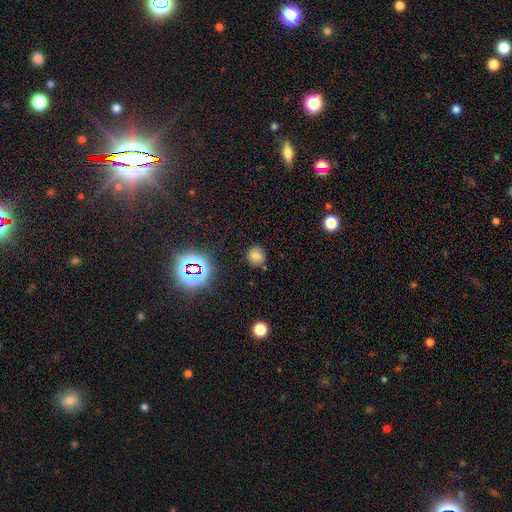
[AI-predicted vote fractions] Smooth or featured? smooth (69%)
How rounded? round (81%)
Merging? none (78%)